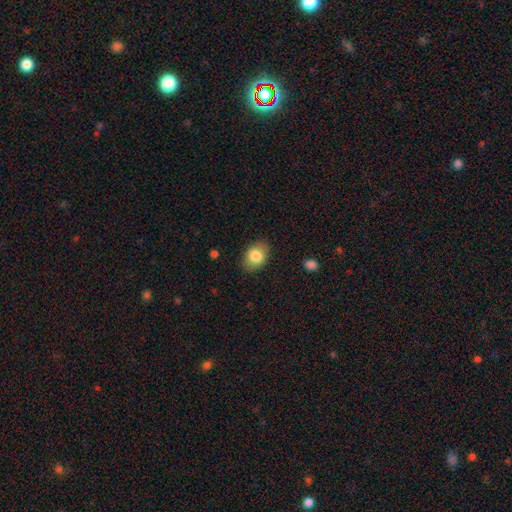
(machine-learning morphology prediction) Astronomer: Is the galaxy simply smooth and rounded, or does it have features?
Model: smooth — 83%.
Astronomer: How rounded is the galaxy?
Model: in between — 71%.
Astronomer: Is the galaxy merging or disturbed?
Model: none — 85%.